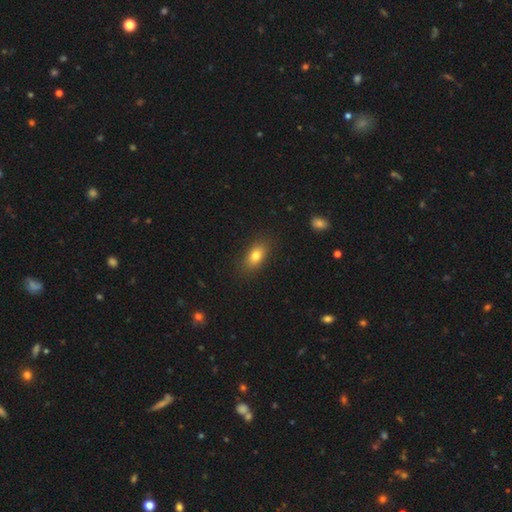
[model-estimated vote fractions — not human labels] smooth-or-featured: smooth: 79% | featured or disk: 11% | star or artifact: 10%
  how-rounded: in between: 84% | round: 11% | cigar-shaped: 5%
  merging: none: 85% | minor disturbance: 11% | major disturbance: 3% | merger: 1%